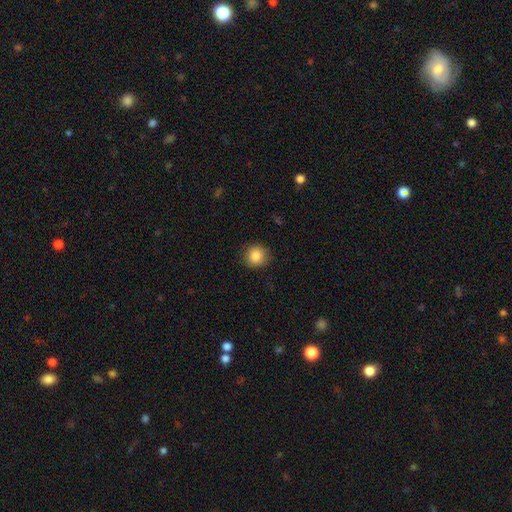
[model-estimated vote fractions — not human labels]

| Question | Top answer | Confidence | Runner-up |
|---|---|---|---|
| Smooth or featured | smooth | 86% | star or artifact (9%) |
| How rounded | round | 89% | in between (10%) |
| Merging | none | 88% | minor disturbance (9%) |